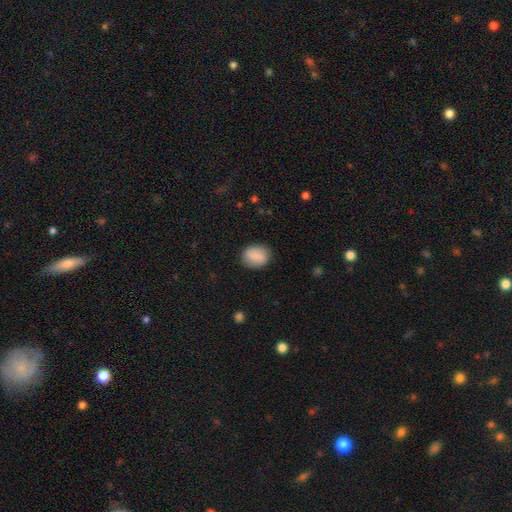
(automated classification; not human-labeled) Overall: smooth (84%). How rounded: in between (52%; round 47%). Merging: none (85%).